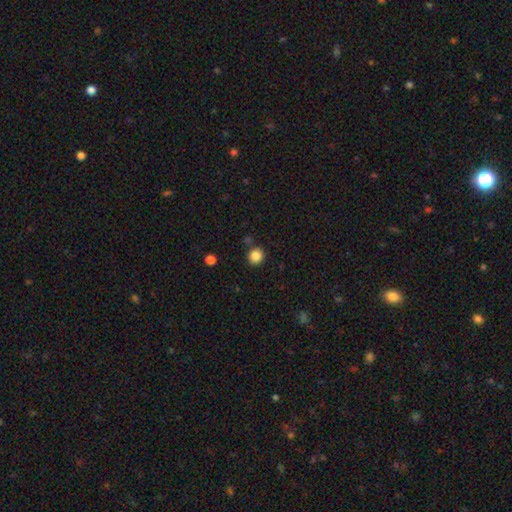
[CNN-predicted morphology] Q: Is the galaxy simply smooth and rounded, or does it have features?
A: smooth — 85%.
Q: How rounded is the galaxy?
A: round — 86%.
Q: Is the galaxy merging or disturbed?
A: none — 85%.